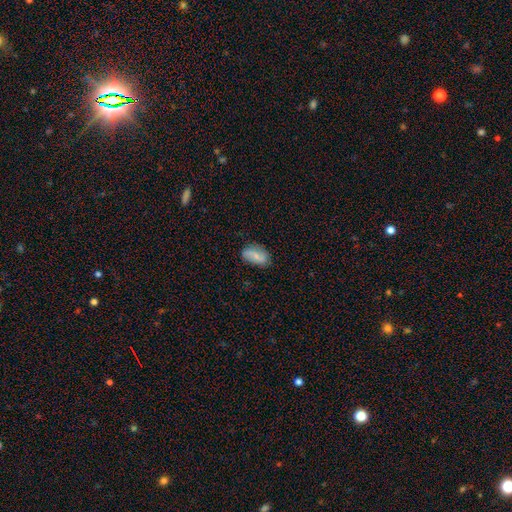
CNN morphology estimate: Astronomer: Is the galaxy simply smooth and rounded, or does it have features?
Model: smooth — 64%.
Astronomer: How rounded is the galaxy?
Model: in between — 91%.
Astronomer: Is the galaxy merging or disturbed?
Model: none — 74%.